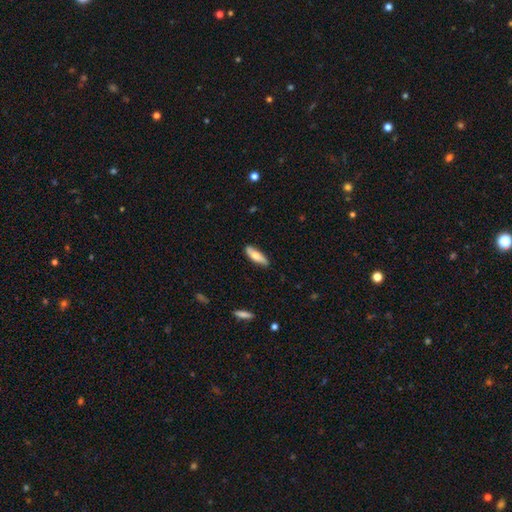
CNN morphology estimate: Overall: smooth (69%). How rounded: in between (52%; cigar-shaped 46%). Merging: none (81%).